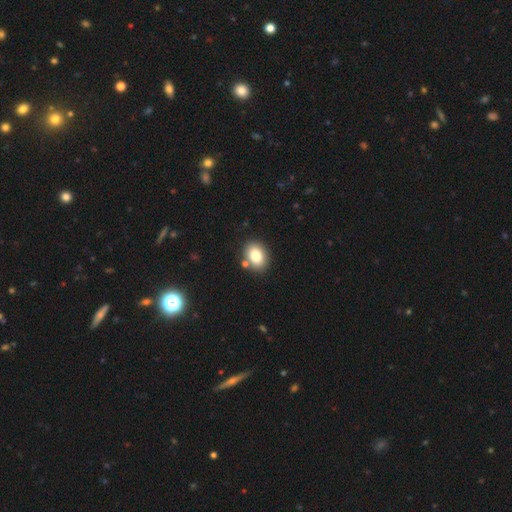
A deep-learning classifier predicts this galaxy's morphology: type=smooth (83%); roundness=in between (73%); merging=none (80%).